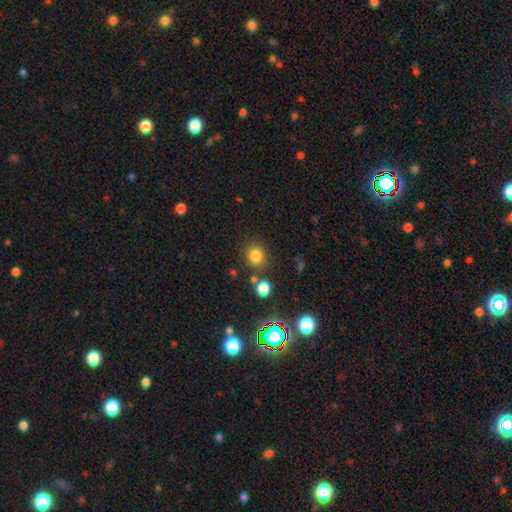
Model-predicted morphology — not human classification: smooth 79%, star or artifact 16%, featured or disk 5%. Down the decision tree: how rounded — round (79%); merging — none (80%).